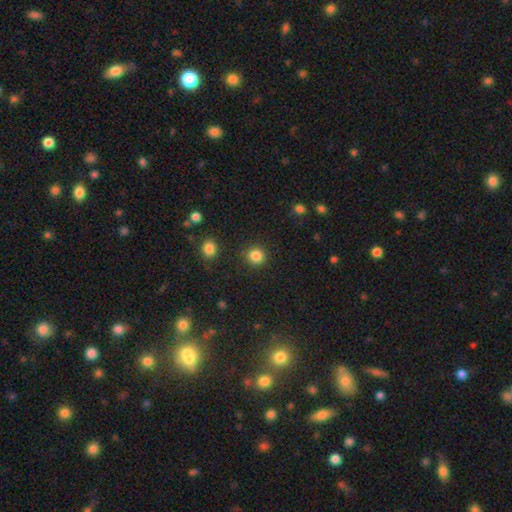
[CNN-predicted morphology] A smooth galaxy with no disk features (85%) that is round (92%).

Vote fractions:
- Smooth or featured? smooth: 85% / star or artifact: 11% / featured or disk: 4%
- How rounded? round: 92% / in between: 7% / cigar-shaped: 1%
- Merging? none: 90% / minor disturbance: 6% / major disturbance: 2% / merger: 2%